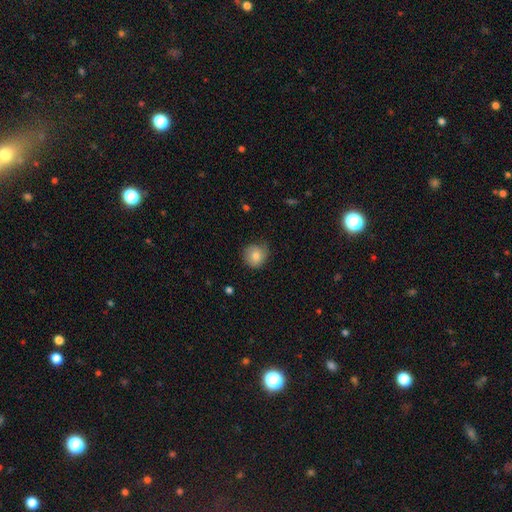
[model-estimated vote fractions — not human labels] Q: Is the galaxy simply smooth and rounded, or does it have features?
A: smooth — 79%.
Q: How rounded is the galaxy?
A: round — 89%.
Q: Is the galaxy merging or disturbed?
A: none — 70%.